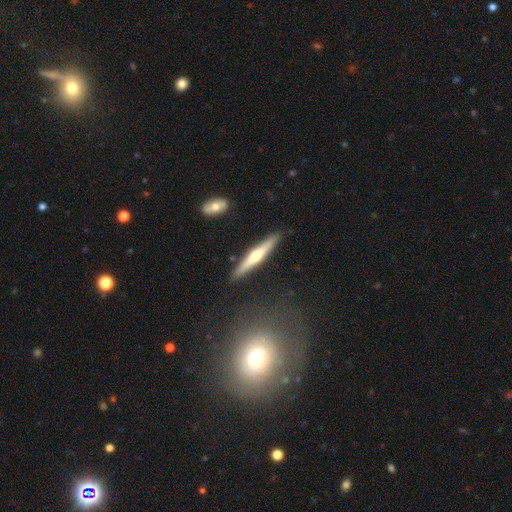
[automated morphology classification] smooth_or_featured: featured or disk (p=0.62) [alt: smooth p=0.33]
disk_edge_on: yes (p=0.96) [alt: no p=0.04]
edge_on_bulge: rounded (p=0.85) [alt: none p=0.10]
merging: none (p=0.90) [alt: minor disturbance p=0.07]